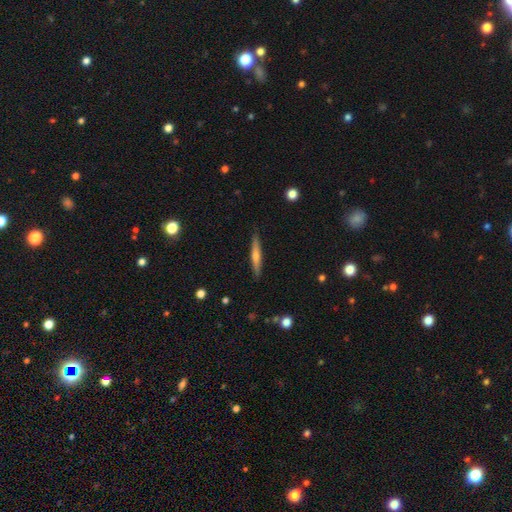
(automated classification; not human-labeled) Smooth or featured? Predicted: featured or disk (p=0.55). Edge-on disk? Predicted: yes (p=0.96). Edge-on bulge? Predicted: rounded (p=0.76). Merging? Predicted: none (p=0.90).